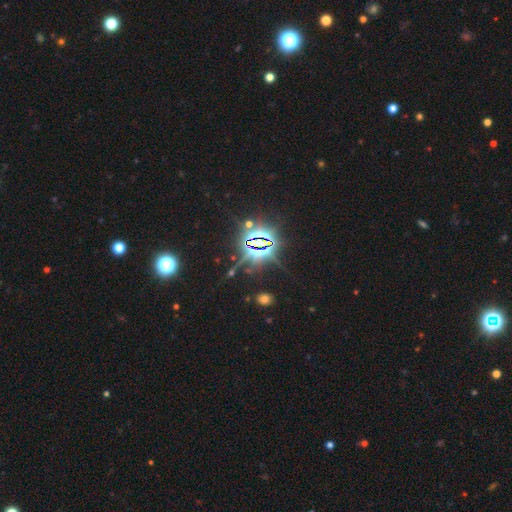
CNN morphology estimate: smooth-or-featured: star or artifact: 84% | smooth: 9% | featured or disk: 7%